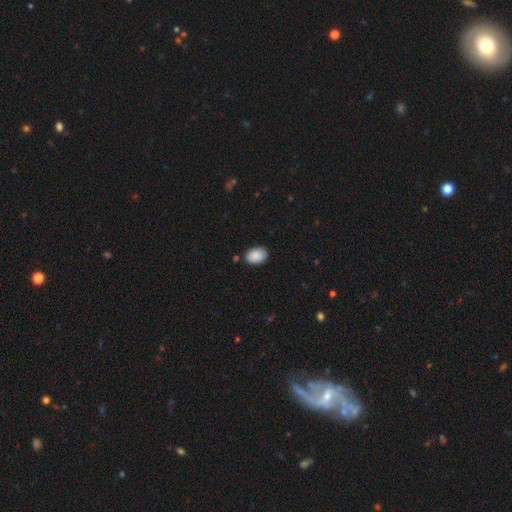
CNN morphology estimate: A smooth galaxy with no disk features (89%) that is in between round and cigar-shaped (82%). Merging: none (83%).